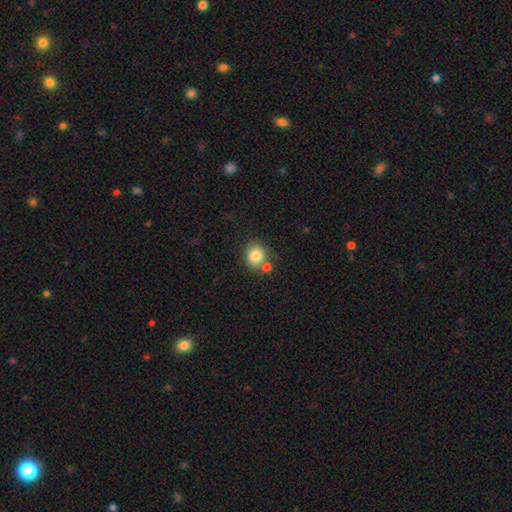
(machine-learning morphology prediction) Overall: smooth (82%). How rounded: round (71%). Merging: none (65%).